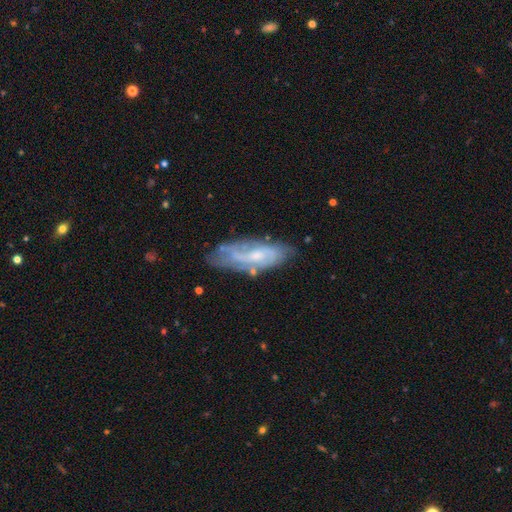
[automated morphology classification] A featured or disk galaxy (64%) with no bar (56%), spiral arms (72%) and a small central bulge (51%).

Vote fractions:
- Smooth or featured? featured or disk: 64% / smooth: 29% / star or artifact: 7%
- Edge-on disk? no: 84% / yes: 16%
- Bar? no: 56% / weak: 36% / strong: 8%
- Spiral arms? yes: 72% / no: 28%
- Bulge size? small: 51% / moderate: 34% / none: 11% / large: 3% / dominant: 1%
- Merging? none: 60% / minor disturbance: 25% / major disturbance: 10% / merger: 4%